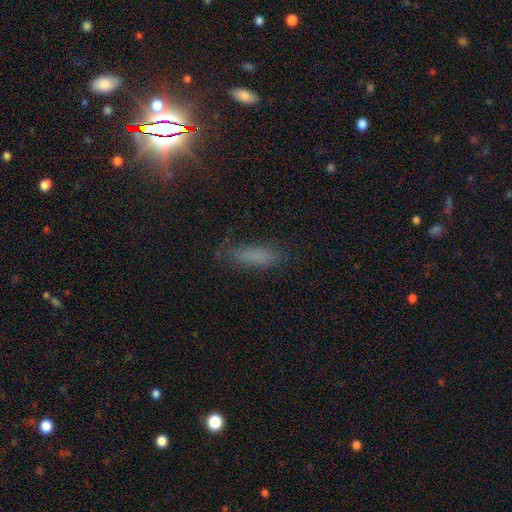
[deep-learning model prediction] Smooth or featured?
  - smooth: 69% *
  - star or artifact: 19%
  - featured or disk: 12%
How rounded?
  - cigar-shaped: 53% *
  - in between: 44%
  - round: 3%
Merging?
  - none: 72% *
  - minor disturbance: 19%
  - major disturbance: 7%
  - merger: 2%